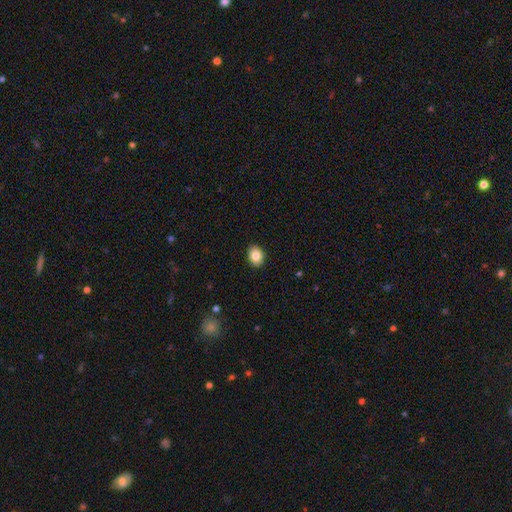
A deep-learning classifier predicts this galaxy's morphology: This appears to be a smooth galaxy with no disk features (84%) that is in between round and cigar-shaped (67%). Merging: none (90%).